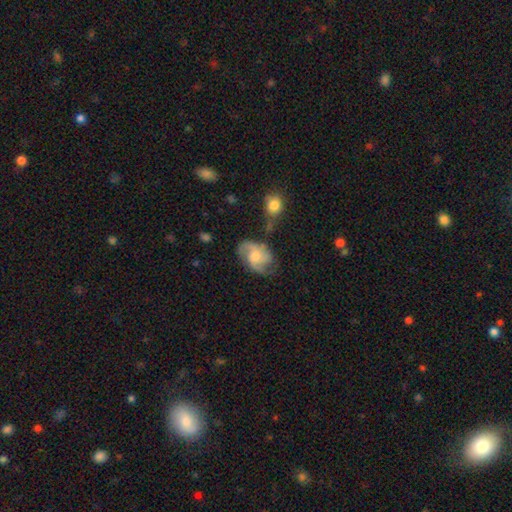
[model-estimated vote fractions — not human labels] The model was most divided on "spiral winding": medium: 48%, loose: 33%, tight: 19%. Remaining: edge-on disk — no (97%); spiral arms — yes (93%); smooth or featured — featured or disk (72%); merging — none (61%); bar — no (61%); spiral arm count — 2 (54%); bulge size — moderate (50%).